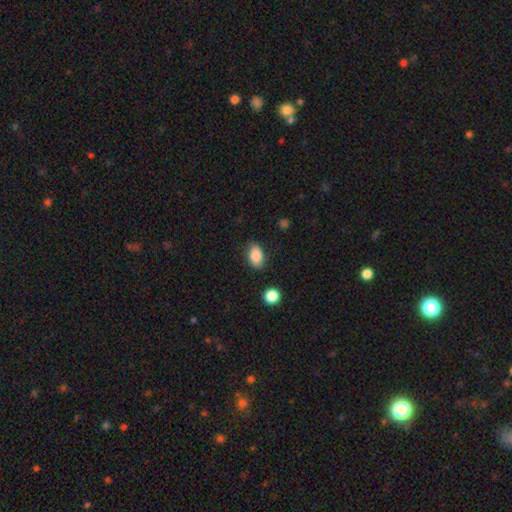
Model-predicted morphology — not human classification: Smooth or featured? smooth (86%)
How rounded? in between (88%)
Merging? none (83%)